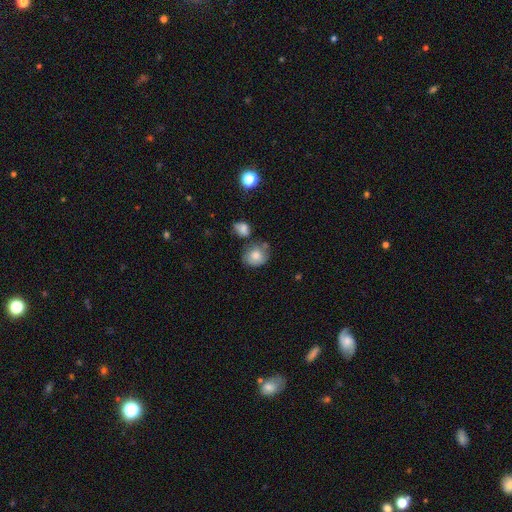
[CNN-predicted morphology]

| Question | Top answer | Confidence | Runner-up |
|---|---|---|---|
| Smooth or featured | smooth | 75% | featured or disk (16%) |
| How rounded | round | 59% | in between (40%) |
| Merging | none | 55% | minor disturbance (23%) |